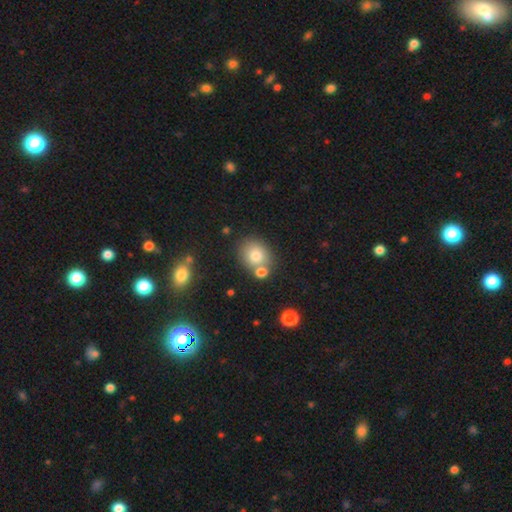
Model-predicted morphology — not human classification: type=smooth (77%); roundness=round (62%); merging=none (62%).